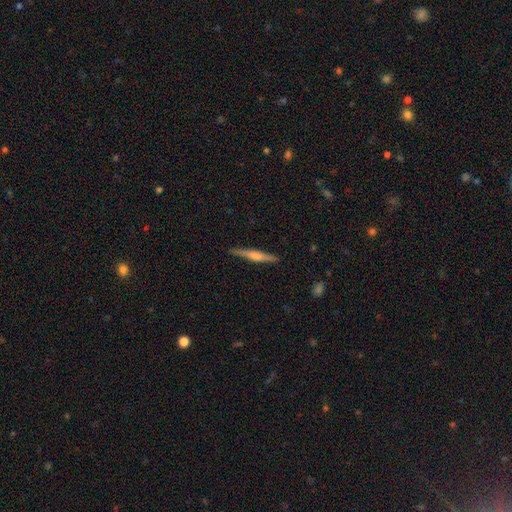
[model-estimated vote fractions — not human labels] Overall: featured or disk (54%; smooth 41%). Edge-on disk: yes (97%). Edge-on bulge: rounded (55%; boxy 26%). Merging: none (88%).